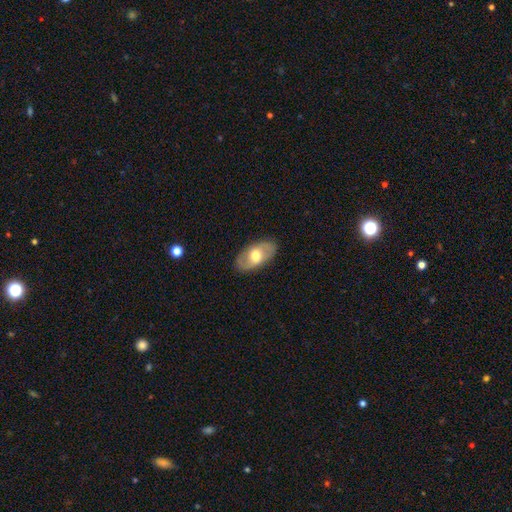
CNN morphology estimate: This appears to be a featured or disk galaxy (49%). Merging: none (86%).